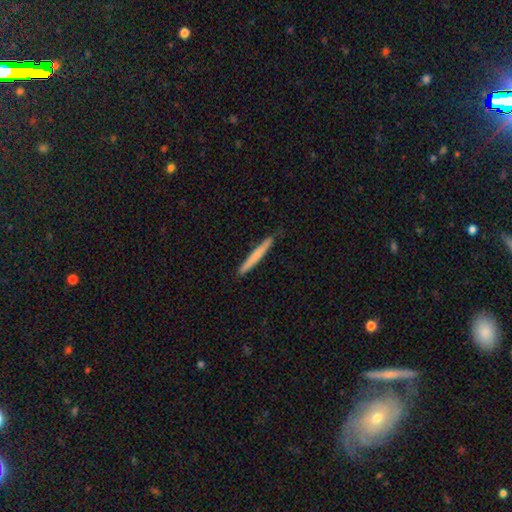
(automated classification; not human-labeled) Smooth or featured: smooth — 66% (featured or disk — 29%)
How rounded: cigar-shaped — 96% (in between — 2%)
Merging: none — 87% (minor disturbance — 10%)